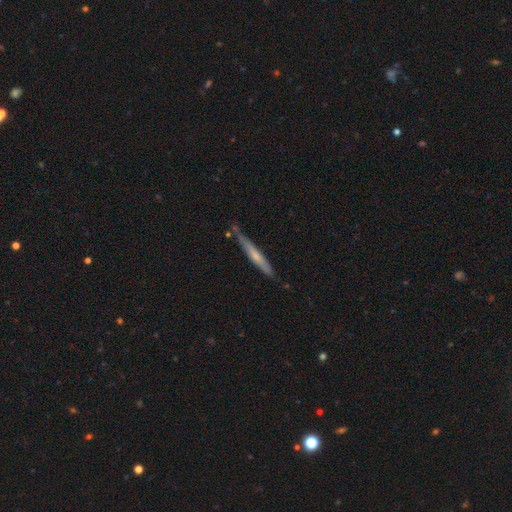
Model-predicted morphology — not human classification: Smooth or featured? Predicted: featured or disk (p=0.47, tied with smooth). Merging? Predicted: none (p=0.77).